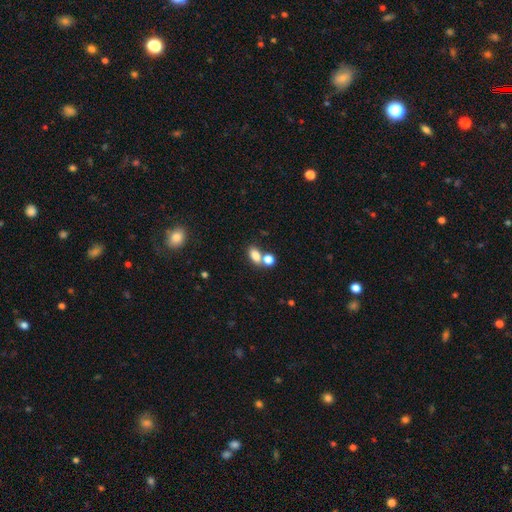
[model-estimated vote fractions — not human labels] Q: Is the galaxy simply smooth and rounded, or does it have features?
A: smooth — 81%.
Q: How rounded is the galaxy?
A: in between — 81%.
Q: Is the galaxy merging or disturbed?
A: none — 47%.